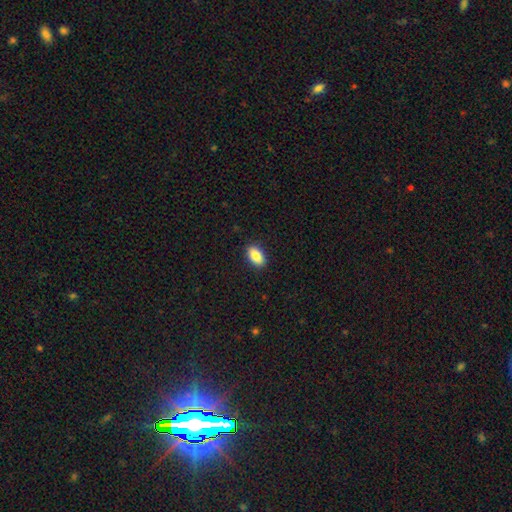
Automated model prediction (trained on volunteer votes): A smooth galaxy with no disk features (86%) that is in between round and cigar-shaped (92%).

Vote fractions:
- Smooth or featured? smooth: 86% / star or artifact: 7% / featured or disk: 7%
- How rounded? in between: 92% / round: 5% / cigar-shaped: 3%
- Merging? none: 90% / minor disturbance: 8% / major disturbance: 2% / merger: 1%